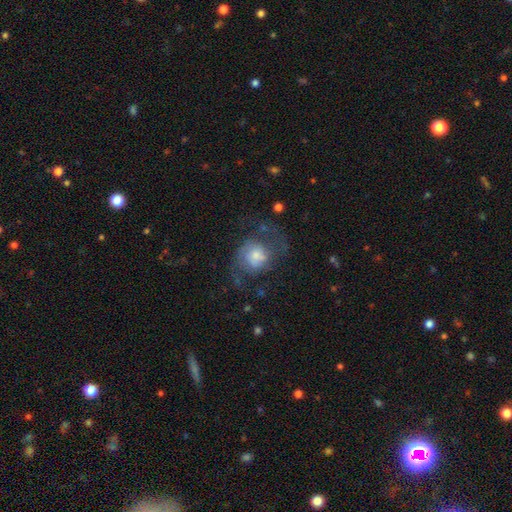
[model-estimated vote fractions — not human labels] featured or disk 66%, smooth 25%, star or artifact 10%. Down the decision tree: edge-on disk — no (98%); bar — no (66%); spiral arms — yes (87%); spiral arm count — 2 (81%); spiral winding — medium (46%); bulge size — moderate (42%); merging — none (55%).